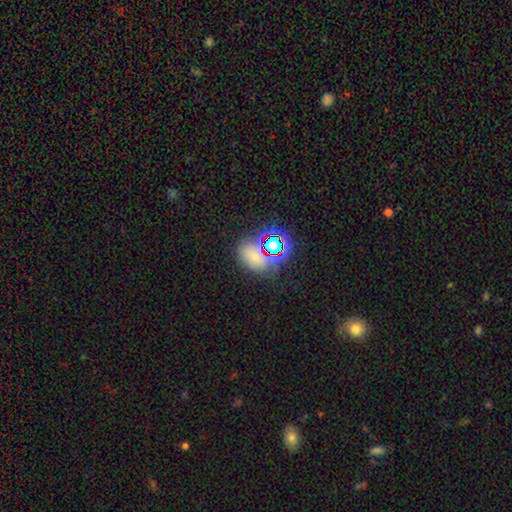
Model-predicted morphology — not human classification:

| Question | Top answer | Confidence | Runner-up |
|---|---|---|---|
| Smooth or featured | smooth | 52% | star or artifact (37%) |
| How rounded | in between | 69% | round (30%) |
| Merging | none | 66% | minor disturbance (16%) |